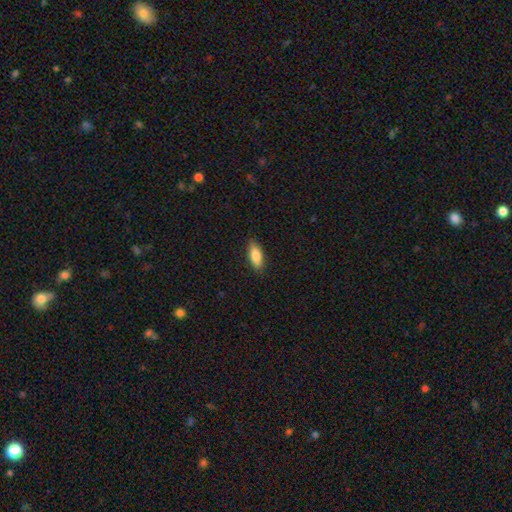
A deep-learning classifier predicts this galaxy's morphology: Smooth or featured? smooth (86%)
How rounded? in between (77%)
Merging? none (87%)